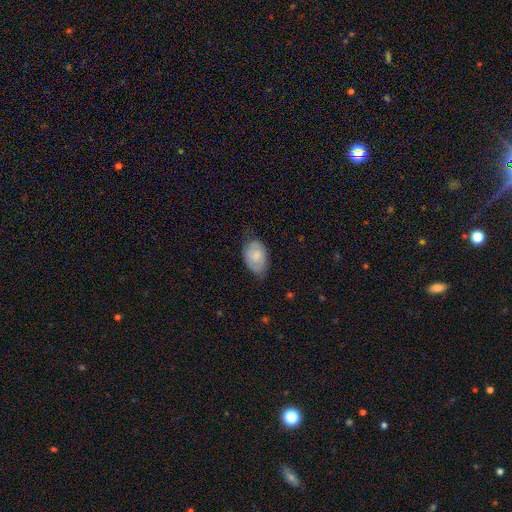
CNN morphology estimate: Overall: smooth (63%; featured or disk 30%). How rounded: in between (90%). Merging: none (64%; minor disturbance 29%).